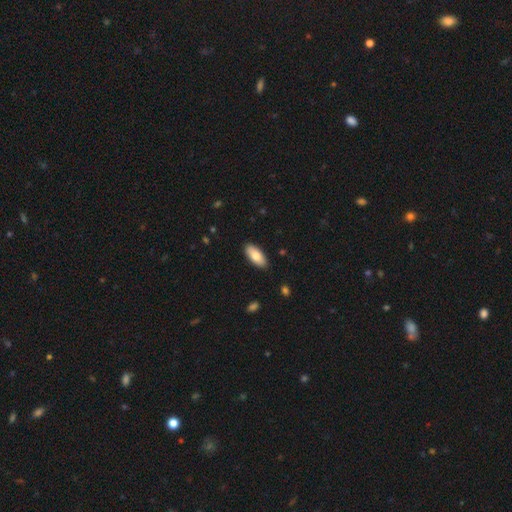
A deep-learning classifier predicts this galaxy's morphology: smooth_or_featured: smooth (p=0.79) [alt: featured or disk p=0.15]
how_rounded: in between (p=0.88) [alt: cigar-shaped p=0.10]
merging: none (p=0.89) [alt: minor disturbance p=0.08]